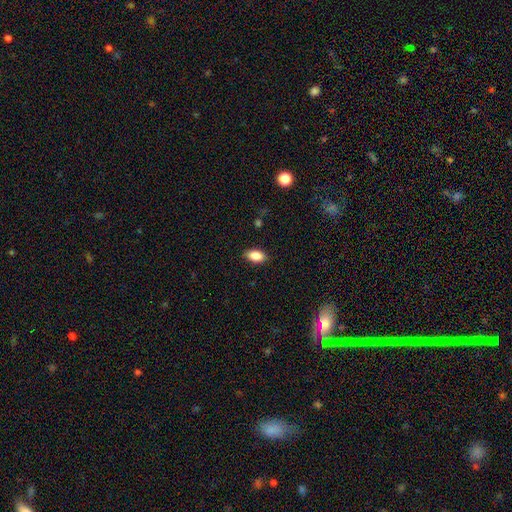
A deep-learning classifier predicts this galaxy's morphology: smooth-or-featured: smooth: 86% | star or artifact: 8% | featured or disk: 6%
  how-rounded: in between: 91% | round: 5% | cigar-shaped: 4%
  merging: none: 87% | minor disturbance: 10% | major disturbance: 2% | merger: 1%